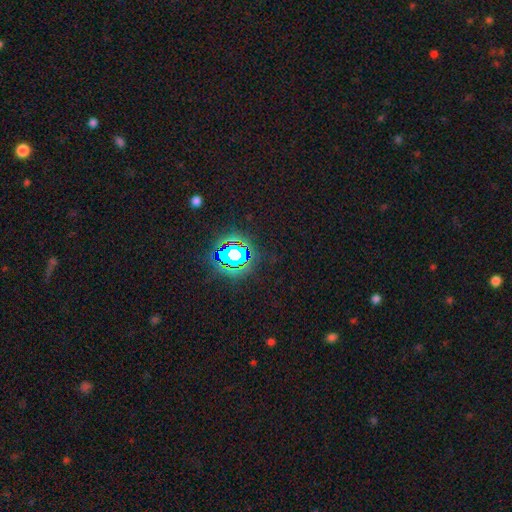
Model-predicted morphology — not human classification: Smooth or featured?
  - star or artifact: 82% *
  - smooth: 11%
  - featured or disk: 7%